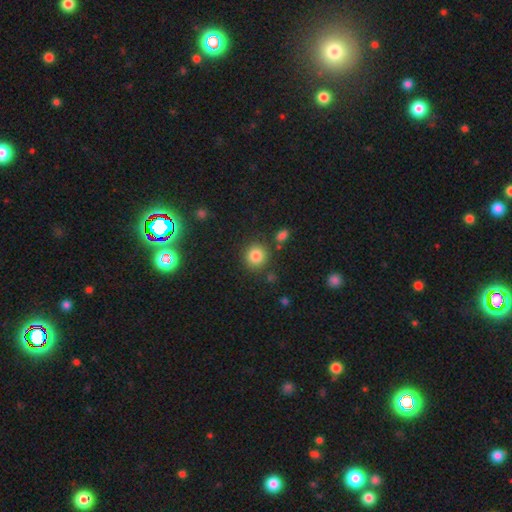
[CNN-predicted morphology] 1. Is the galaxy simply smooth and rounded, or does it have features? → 83% smooth, 11% star or artifact, 6% featured or disk.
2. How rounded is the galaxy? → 89% round, 10% in between, 1% cigar-shaped.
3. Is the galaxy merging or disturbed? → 83% none, 8% minor disturbance, 5% merger, 3% major disturbance.